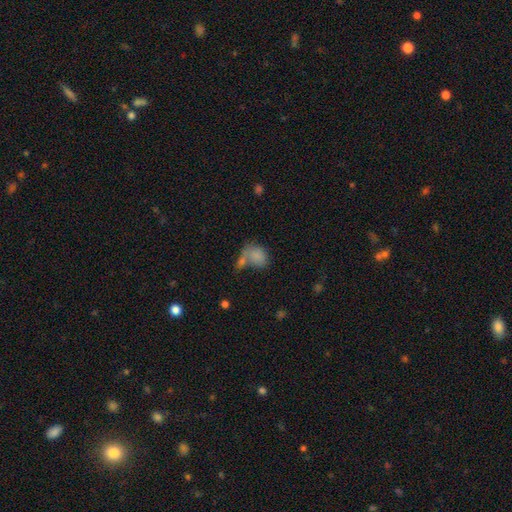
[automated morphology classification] This is clearly a smooth galaxy (81%). How rounded: likely in between (67%). Merging: marginally merger (37%).